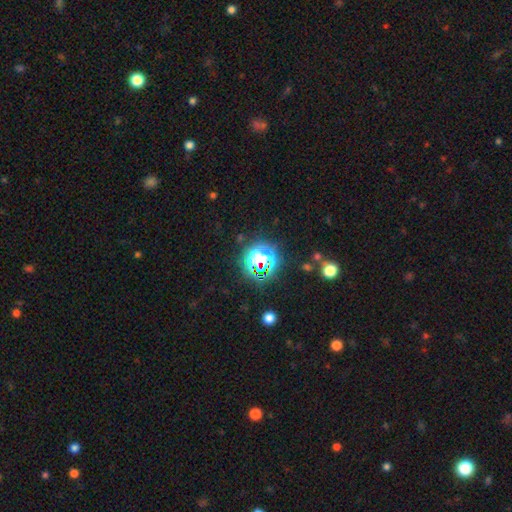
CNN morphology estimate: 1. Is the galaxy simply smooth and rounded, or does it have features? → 68% star or artifact, 22% smooth, 10% featured or disk.